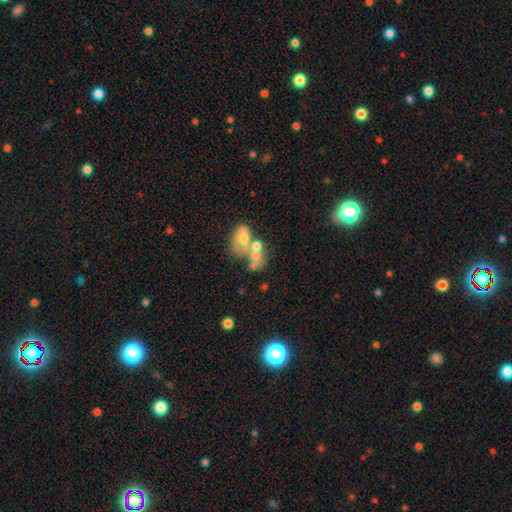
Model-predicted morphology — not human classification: smooth 45%, featured or disk 43%, star or artifact 12%. Down the decision tree: merging — merger (65%).